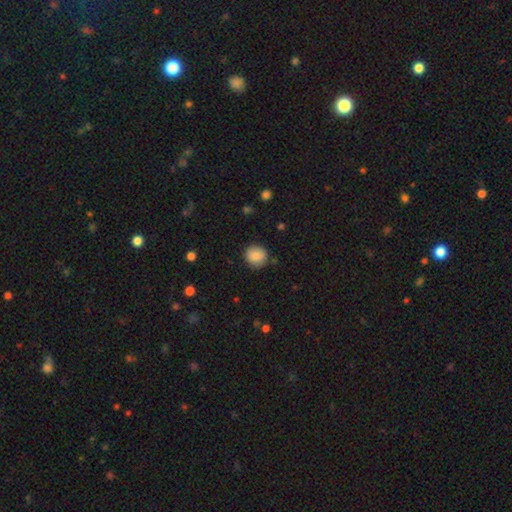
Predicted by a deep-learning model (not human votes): smooth-or-featured: smooth: 86% | star or artifact: 8% | featured or disk: 6%
  how-rounded: round: 90% | in between: 9% | cigar-shaped: 1%
  merging: none: 86% | minor disturbance: 10% | major disturbance: 2% | merger: 1%